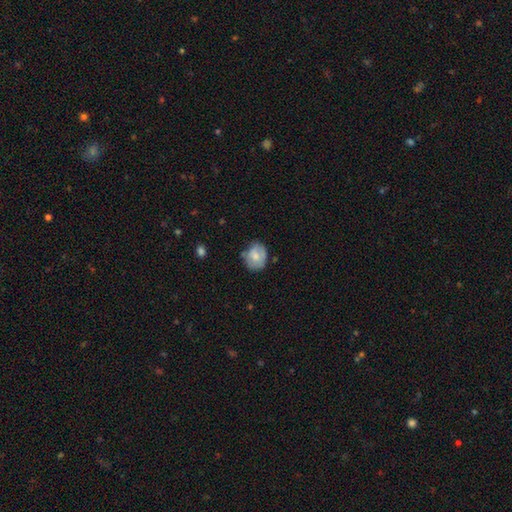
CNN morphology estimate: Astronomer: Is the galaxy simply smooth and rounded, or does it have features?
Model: smooth — 62%.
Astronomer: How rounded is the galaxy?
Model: round — 60% (runner-up: in between, 39%).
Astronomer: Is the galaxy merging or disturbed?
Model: none — 56%.